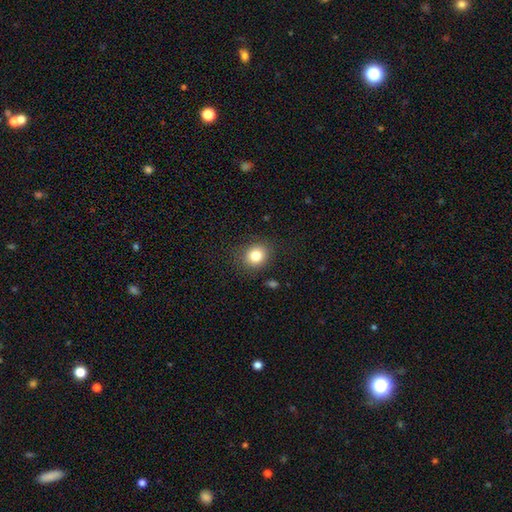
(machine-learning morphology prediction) Smooth or featured: smooth — 81% (star or artifact — 11%)
How rounded: round — 72% (in between — 28%)
Merging: none — 86% (minor disturbance — 9%)